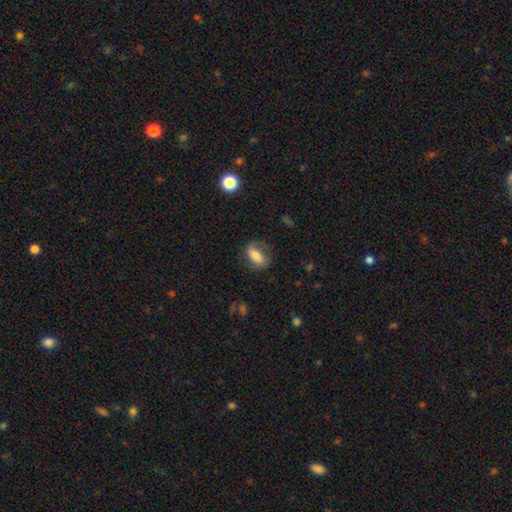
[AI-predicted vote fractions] A smooth galaxy with no disk features (72%) that is in between round and cigar-shaped (82%).

Vote fractions:
- Smooth or featured? smooth: 72% / featured or disk: 20% / star or artifact: 8%
- How rounded? in between: 82% / cigar-shaped: 10% / round: 8%
- Merging? none: 63% / minor disturbance: 23% / major disturbance: 12% / merger: 2%